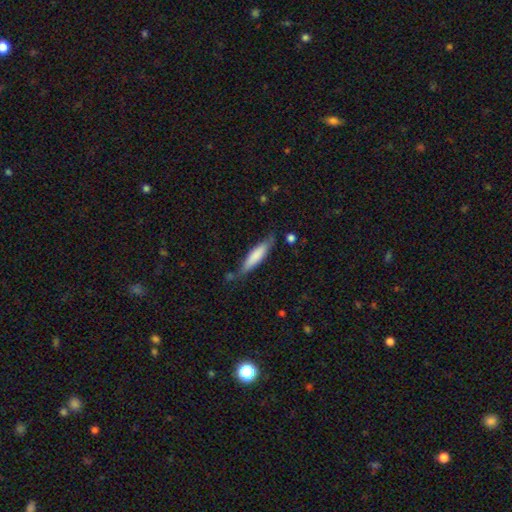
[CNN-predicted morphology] smooth_or_featured: smooth (p=0.74) [alt: featured or disk p=0.20]
how_rounded: cigar-shaped (p=0.76) [alt: in between p=0.22]
merging: none (p=0.70) [alt: minor disturbance p=0.22]